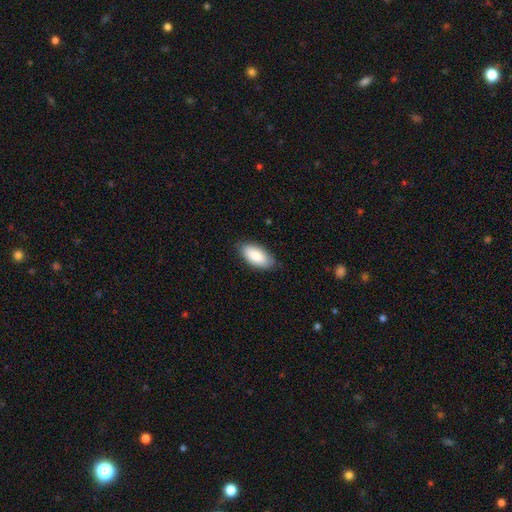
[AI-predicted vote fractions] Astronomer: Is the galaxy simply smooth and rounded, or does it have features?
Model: smooth — 85%.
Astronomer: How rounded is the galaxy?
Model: in between — 93%.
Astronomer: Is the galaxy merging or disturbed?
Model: none — 83%.